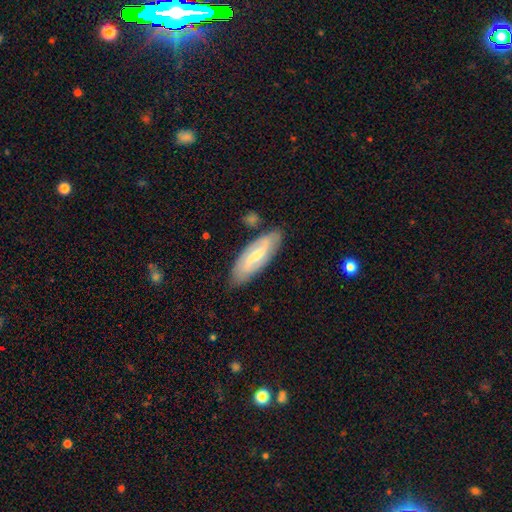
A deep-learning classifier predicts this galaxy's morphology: smooth-or-featured: featured or disk: 69% | smooth: 25% | star or artifact: 6%
  disk-edge-on: no: 87% | yes: 13%
    bar: weak: 46% | strong: 39% | no: 14%
    has-spiral-arms: yes: 88% | no: 12%
      spiral-winding: medium: 43% | tight: 31% | loose: 27%
      spiral-arm-count: 2: 81% | can't tell: 13% | 1: 3% | 3: 2% | 4: 1% | more than 4: 1%
    bulge-size: moderate: 43% (tied) | small: 43% (tied) | none: 7% | large: 5% | dominant: 1%
  merging: none: 82% | minor disturbance: 13% | major disturbance: 3% | merger: 2%